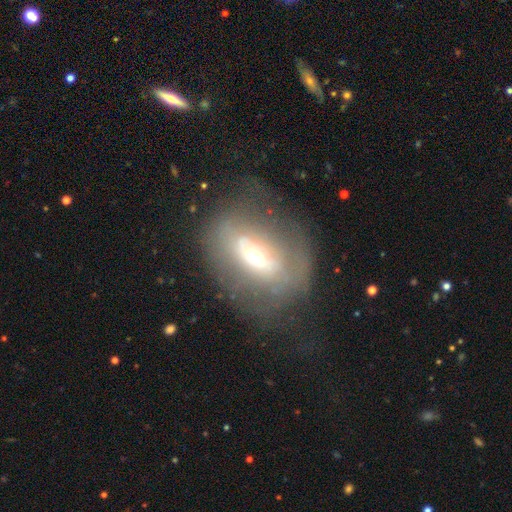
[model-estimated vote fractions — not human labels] Q: Smooth or featured?
A: featured or disk (55%); runner-up: smooth (35%)
Q: Edge-on disk?
A: no (87%); runner-up: yes (13%)
Q: Merging?
A: none (51%); runner-up: major disturbance (23%)